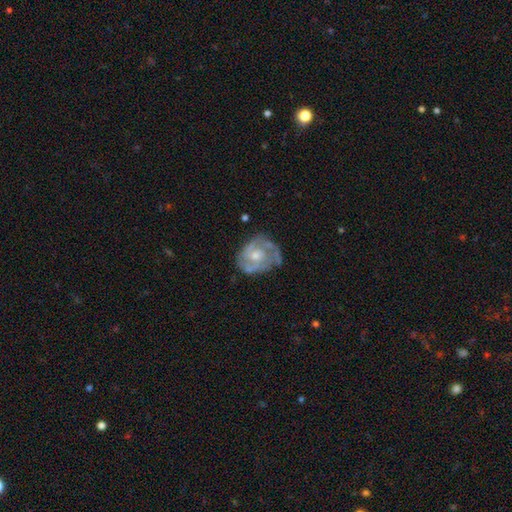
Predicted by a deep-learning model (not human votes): Smooth or featured? Predicted: featured or disk (p=0.79). Edge-on disk? Predicted: no (p=0.98). Bar? Predicted: no (p=0.72). Spiral arms? Predicted: yes (p=0.85). Spiral winding? Predicted: tight (p=0.51). Spiral arm count? Predicted: 2 (p=0.39). Bulge size? Predicted: moderate (p=0.49). Merging? Predicted: none (p=0.58).